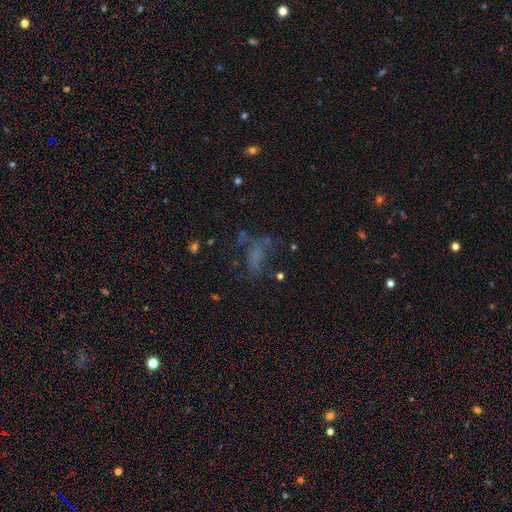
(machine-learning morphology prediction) Smooth or featured? Predicted: smooth (p=0.41). Merging? Predicted: none (p=0.37, tied with major disturbance).